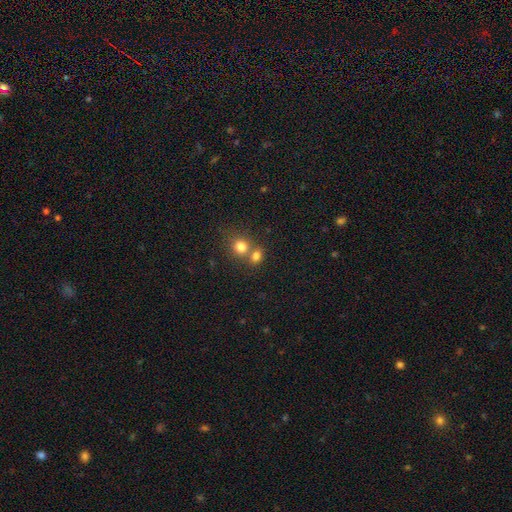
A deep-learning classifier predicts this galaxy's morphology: smooth_or_featured: smooth (p=0.78) [alt: star or artifact p=0.13]
how_rounded: round (p=0.69) [alt: in between p=0.30]
merging: merger (p=0.49) [alt: none p=0.42]